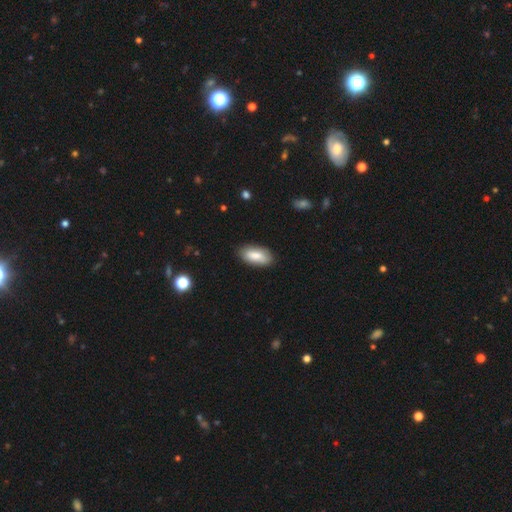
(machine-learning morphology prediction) Smooth or featured? smooth (80%)
How rounded? in between (91%)
Merging? none (84%)